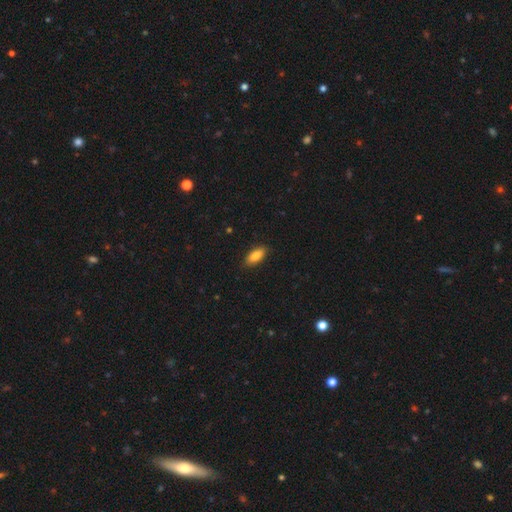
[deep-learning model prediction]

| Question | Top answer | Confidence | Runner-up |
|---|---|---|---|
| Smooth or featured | smooth | 84% | featured or disk (9%) |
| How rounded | in between | 83% | cigar-shaped (15%) |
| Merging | none | 86% | minor disturbance (11%) |